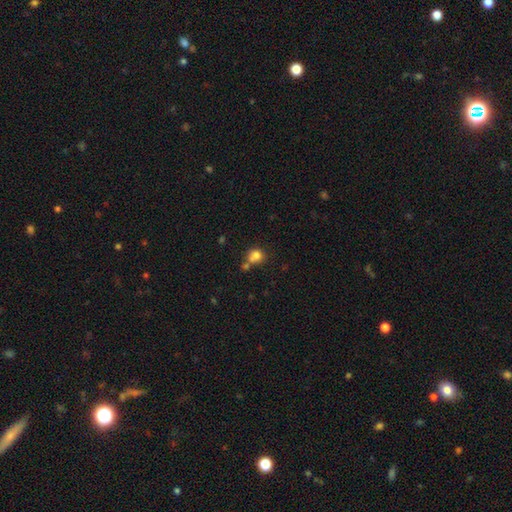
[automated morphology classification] This appears to be a smooth galaxy with no disk features (77%) that is round (78%). Merging: none (46%).